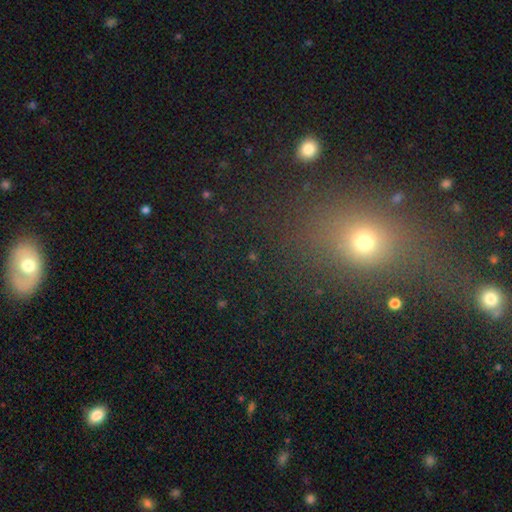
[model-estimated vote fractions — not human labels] A smooth galaxy with no disk features (48%).

Vote fractions:
- Smooth or featured? smooth: 48% / star or artifact: 41% / featured or disk: 11%
- Merging? none: 75% / minor disturbance: 11% / major disturbance: 8% / merger: 6%